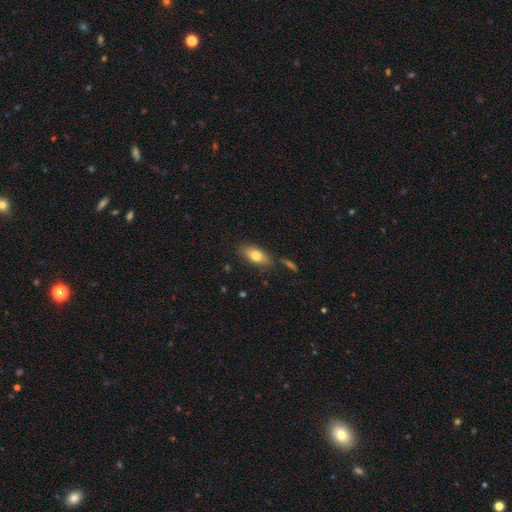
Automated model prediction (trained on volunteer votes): A smooth galaxy with no disk features (76%) that is in between round and cigar-shaped (85%).

Vote fractions:
- Smooth or featured? smooth: 76% / featured or disk: 16% / star or artifact: 7%
- How rounded? in between: 85% / cigar-shaped: 10% / round: 5%
- Merging? none: 77% / minor disturbance: 14% / merger: 6% / major disturbance: 3%